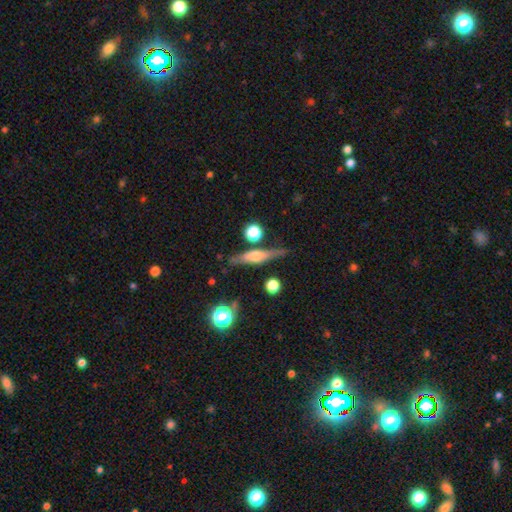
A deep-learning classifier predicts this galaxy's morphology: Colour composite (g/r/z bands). It shows a featured or disk galaxy (61%) viewed edge-on (94%) with a rounded central bulge (79%). Merging: none (79%).